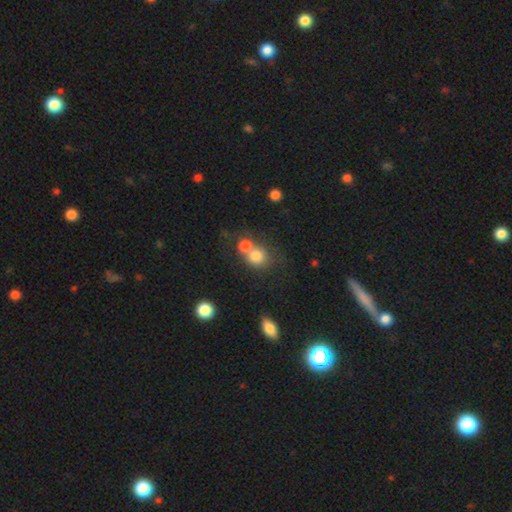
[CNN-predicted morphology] Smooth or featured: smooth — 78% (star or artifact — 11%)
How rounded: round — 77% (in between — 22%)
Merging: merger — 54% (none — 35%)